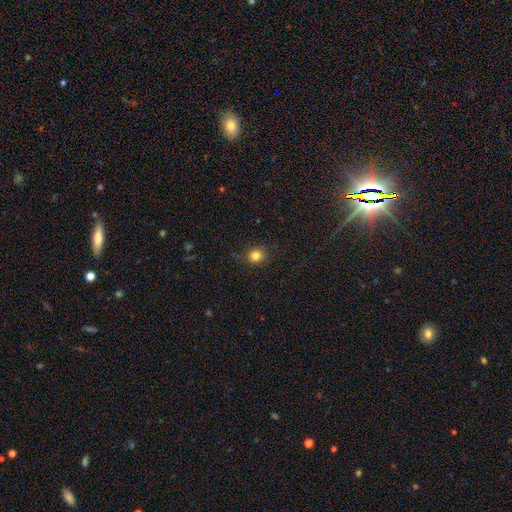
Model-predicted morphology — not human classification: Overall: smooth (82%). How rounded: round (86%). Merging: none (86%).